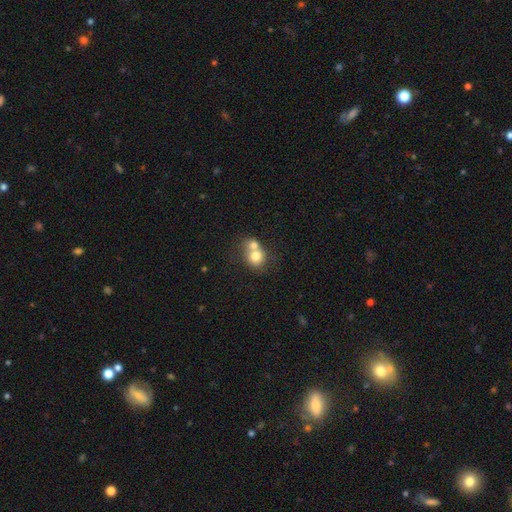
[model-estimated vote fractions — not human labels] Overall: smooth (74%). How rounded: round (75%). Merging: merger (62%; none 29%).